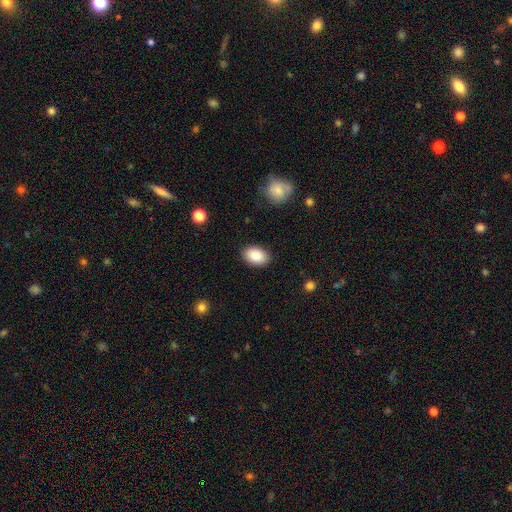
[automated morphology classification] Smooth or featured: smooth — 89% (star or artifact — 7%)
How rounded: in between — 87% (round — 12%)
Merging: none — 88% (minor disturbance — 9%)